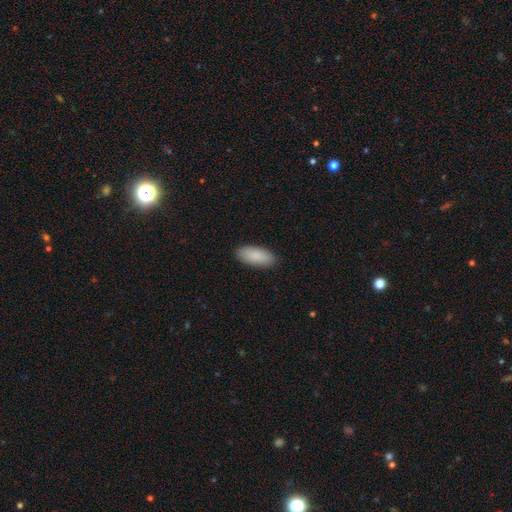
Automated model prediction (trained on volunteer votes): This is clearly a smooth galaxy (90%). How rounded: clearly in between (86%). Merging: clearly none (89%).